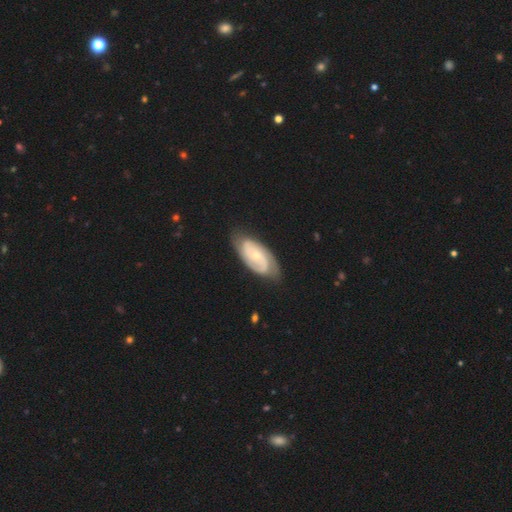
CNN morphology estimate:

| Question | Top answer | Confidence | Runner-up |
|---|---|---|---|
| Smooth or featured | featured or disk | 80% | smooth (16%) |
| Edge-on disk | no | 95% | yes (5%) |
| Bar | no | 65% | weak (28%) |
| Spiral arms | yes | 93% | no (7%) |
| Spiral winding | tight | 55% | medium (35%) |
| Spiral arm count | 2 | 73% | can't tell (15%) |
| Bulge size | small | 64% | moderate (33%) |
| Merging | none | 75% | minor disturbance (19%) |